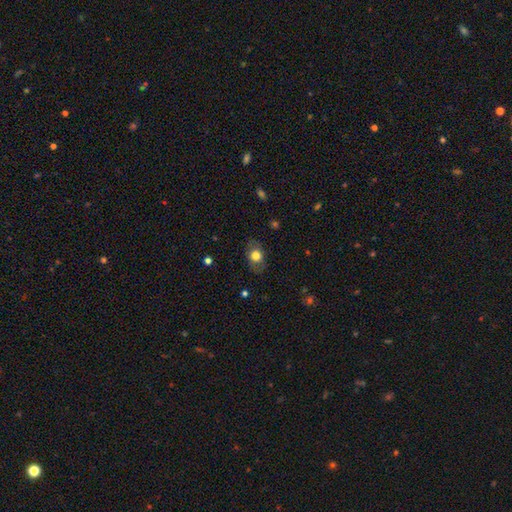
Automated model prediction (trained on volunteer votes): A smooth galaxy with no disk features (72%) that is in between round and cigar-shaped (66%). Merging: none (79%).